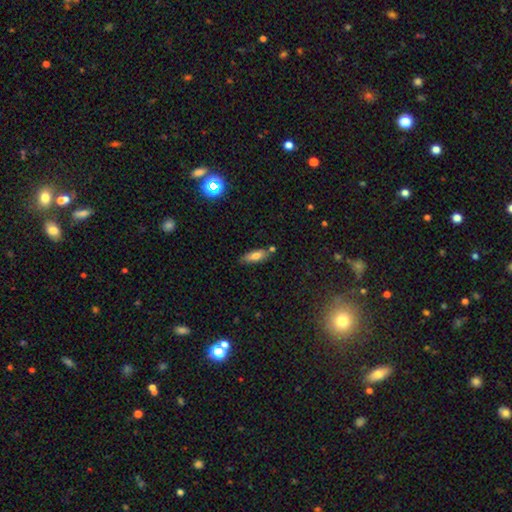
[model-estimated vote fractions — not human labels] This is likely a smooth galaxy (73%). How rounded: likely in between (66%). Merging: likely none (73%).